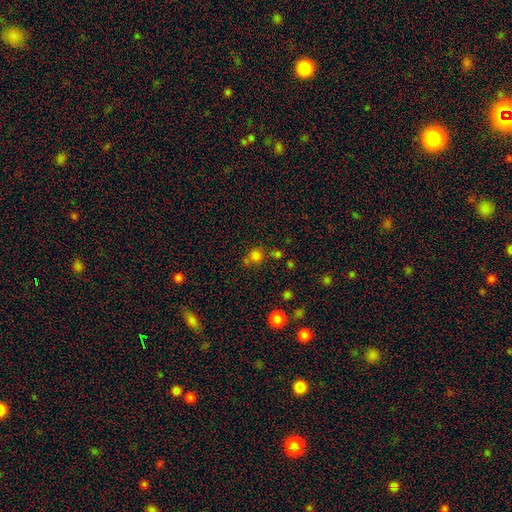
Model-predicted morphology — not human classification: Smooth or featured: smooth — 74% (star or artifact — 20%)
How rounded: round — 86% (in between — 13%)
Merging: none — 61% (merger — 22%)